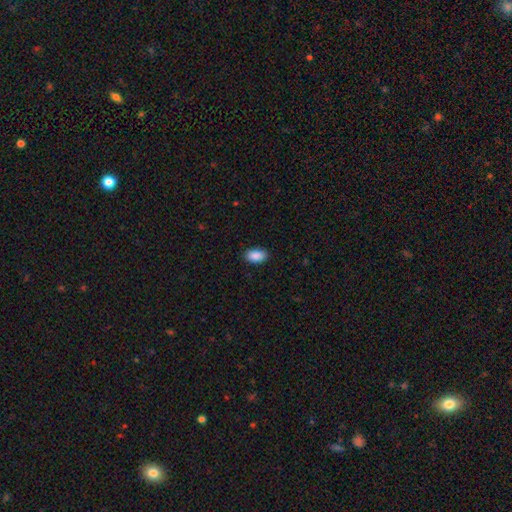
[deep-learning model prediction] Overall: smooth (90%). How rounded: in between (94%). Merging: none (89%).